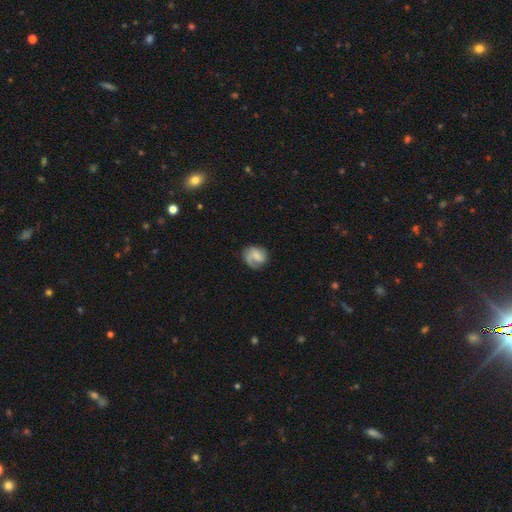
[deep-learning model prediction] Q: Smooth or featured?
A: smooth (48%); runner-up: featured or disk (44%)
Q: Merging?
A: none (57%); runner-up: minor disturbance (23%)